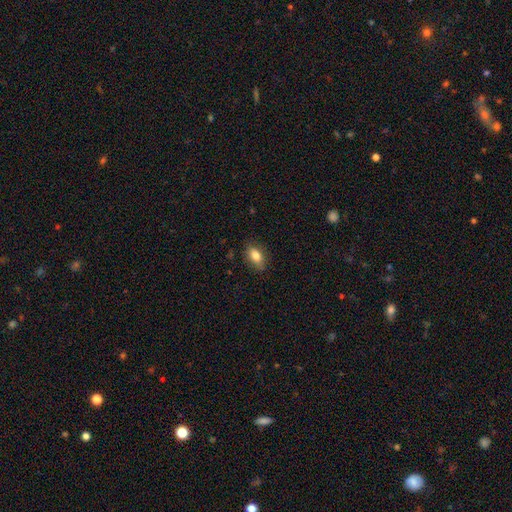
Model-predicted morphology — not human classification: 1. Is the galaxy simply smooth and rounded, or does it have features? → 80% smooth, 12% featured or disk, 8% star or artifact.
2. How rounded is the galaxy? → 86% in between, 9% round, 5% cigar-shaped.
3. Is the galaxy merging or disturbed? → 81% none, 15% minor disturbance, 3% major disturbance, 1% merger.